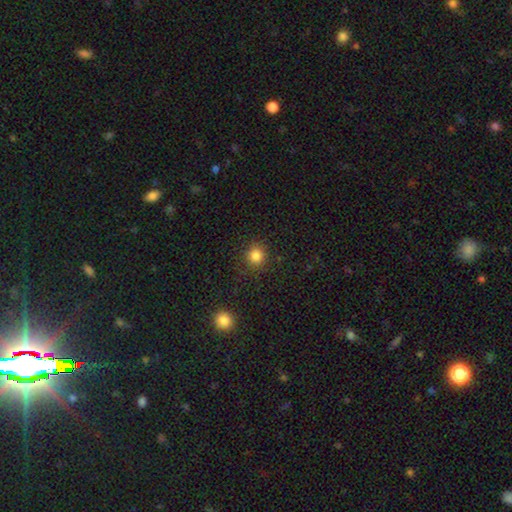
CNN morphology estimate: This appears to be a smooth galaxy with no disk features (84%) that is round (91%). Merging: none (88%).